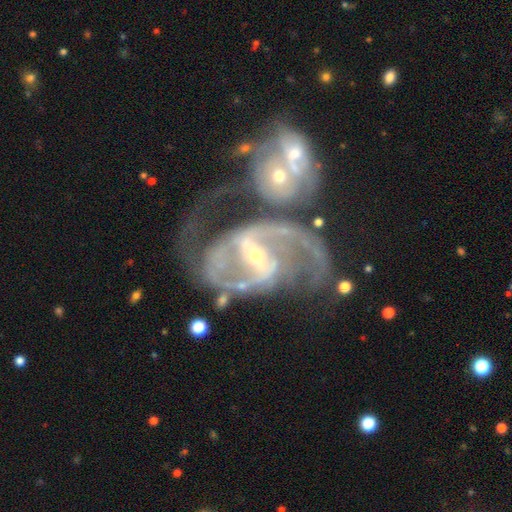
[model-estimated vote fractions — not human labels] Q: Smooth or featured?
A: featured or disk (92%); runner-up: star or artifact (5%)
Q: Edge-on disk?
A: no (97%); runner-up: yes (3%)
Q: Bar?
A: strong (59%); runner-up: weak (31%)
Q: Spiral arms?
A: yes (97%); runner-up: no (3%)
Q: Spiral winding?
A: medium (58%); runner-up: loose (23%)
Q: Spiral arm count?
A: 2 (87%); runner-up: can't tell (4%)
Q: Bulge size?
A: small (69%); runner-up: moderate (27%)
Q: Merging?
A: merger (37%); runner-up: none (33%)